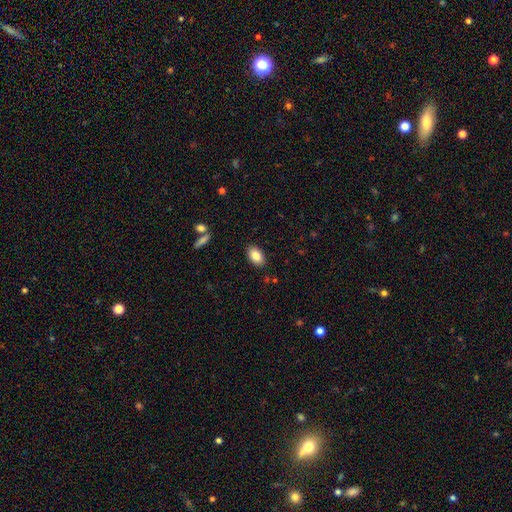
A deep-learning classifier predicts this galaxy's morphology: A smooth galaxy with no disk features (84%) that is in between round and cigar-shaped (93%).

Vote fractions:
- Smooth or featured? smooth: 84% / featured or disk: 8% / star or artifact: 7%
- How rounded? in between: 93% / round: 5% / cigar-shaped: 2%
- Merging? none: 87% / minor disturbance: 9% / major disturbance: 2% / merger: 2%